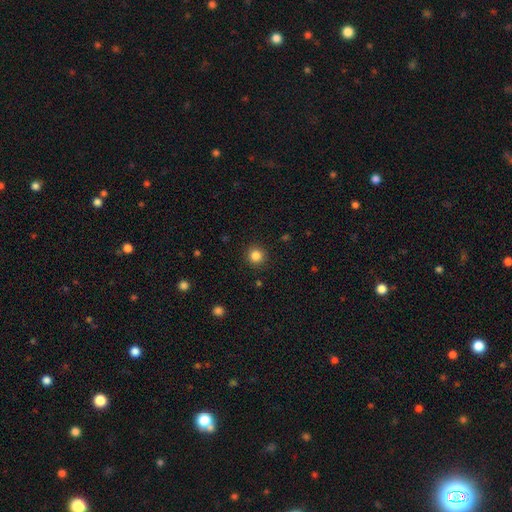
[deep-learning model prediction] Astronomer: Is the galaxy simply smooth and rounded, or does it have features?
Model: smooth — 84%.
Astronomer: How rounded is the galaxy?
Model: round — 94%.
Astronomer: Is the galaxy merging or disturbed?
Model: none — 92%.